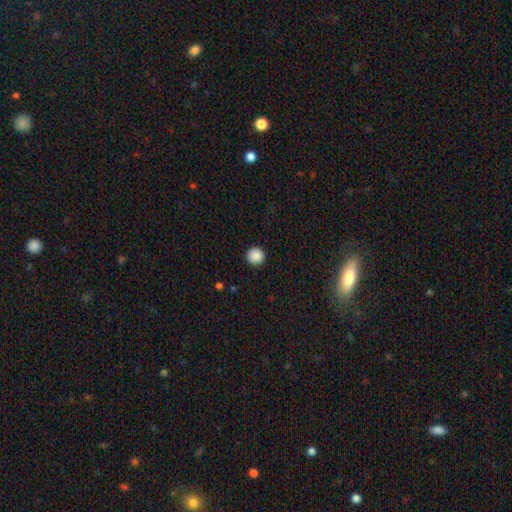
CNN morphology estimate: The model was most divided on "smooth or featured": smooth: 89%, star or artifact: 9%, featured or disk: 2%. More confident: how rounded — round (95%); merging — none (93%).